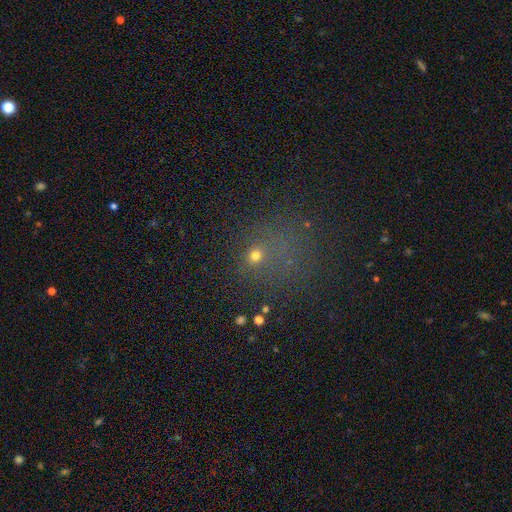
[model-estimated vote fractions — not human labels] Smooth or featured?
  - smooth: 55% *
  - star or artifact: 32%
  - featured or disk: 13%
How rounded?
  - round: 68% *
  - in between: 30%
  - cigar-shaped: 2%
Merging?
  - none: 63% *
  - minor disturbance: 16%
  - major disturbance: 14%
  - merger: 7%